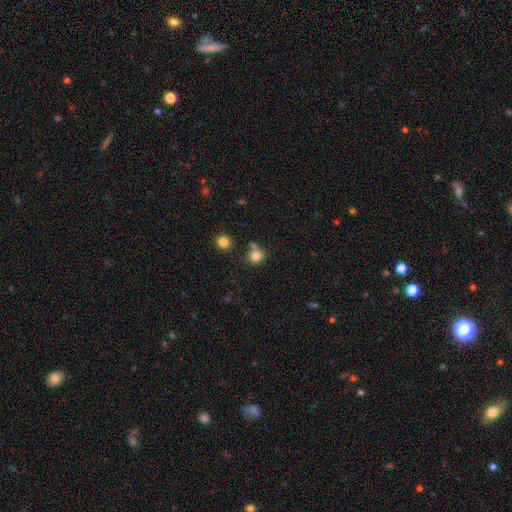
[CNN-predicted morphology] This is clearly a smooth galaxy (81%). How rounded: clearly round (85%). Merging: likely none (64%).